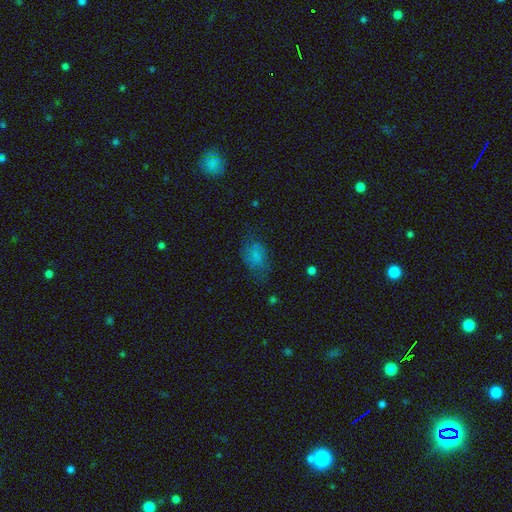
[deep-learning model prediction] A smooth galaxy with no disk features (69%) that is in between round and cigar-shaped (83%). Merging: none (58%).